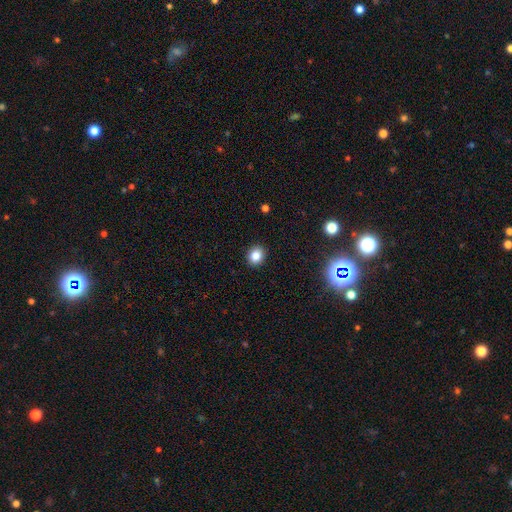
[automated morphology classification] Q: Smooth or featured?
A: smooth (84%); runner-up: star or artifact (11%)
Q: How rounded?
A: round (69%); runner-up: in between (30%)
Q: Merging?
A: none (91%); runner-up: minor disturbance (6%)